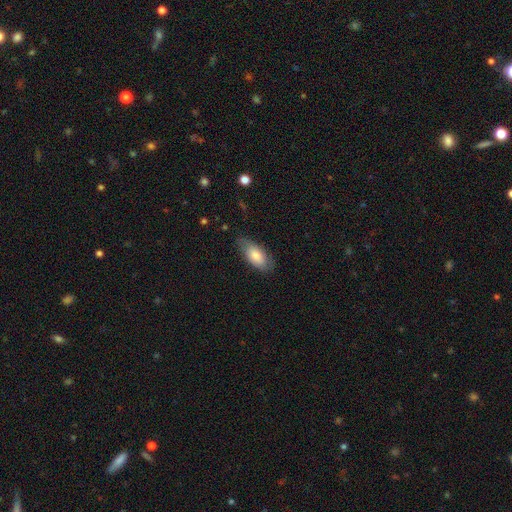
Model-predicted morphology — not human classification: The model was most divided on "merging": none: 71%, minor disturbance: 23%, major disturbance: 5%, merger: 1%. More confident: how rounded — in between (89%); smooth or featured — smooth (81%).